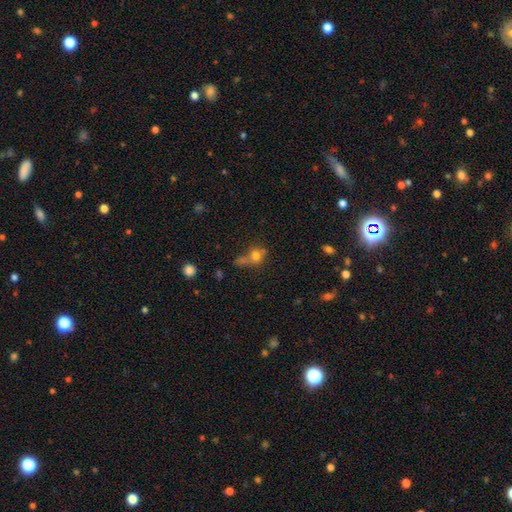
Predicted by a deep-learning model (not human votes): Smooth or featured? Predicted: smooth (p=0.66). How rounded? Predicted: round (p=0.64). Merging? Predicted: none (p=0.36).